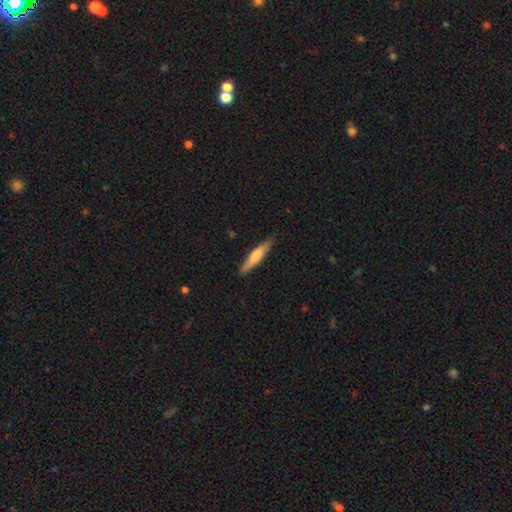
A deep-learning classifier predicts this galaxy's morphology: A smooth galaxy with no disk features (61%) that is cigar-shaped (89%).

Vote fractions:
- Smooth or featured? smooth: 61% / featured or disk: 34% / star or artifact: 5%
- How rounded? cigar-shaped: 89% / in between: 10% / round: 1%
- Merging? none: 87% / minor disturbance: 10% / major disturbance: 2% / merger: 1%